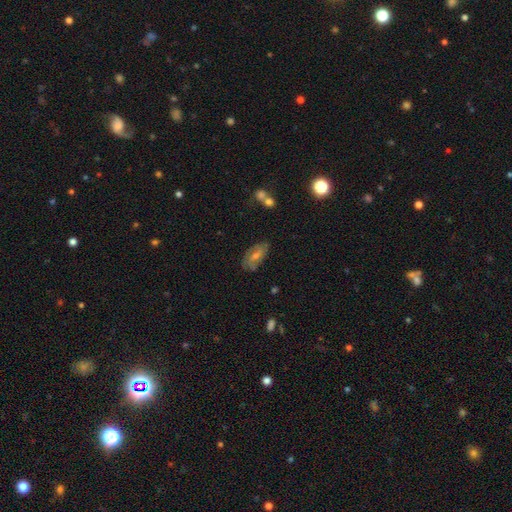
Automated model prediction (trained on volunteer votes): smooth_or_featured: featured or disk (p=0.51) [alt: smooth p=0.33]
disk_edge_on: no (p=0.89) [alt: yes p=0.11]
merging: none (p=0.76) [alt: minor disturbance p=0.17]